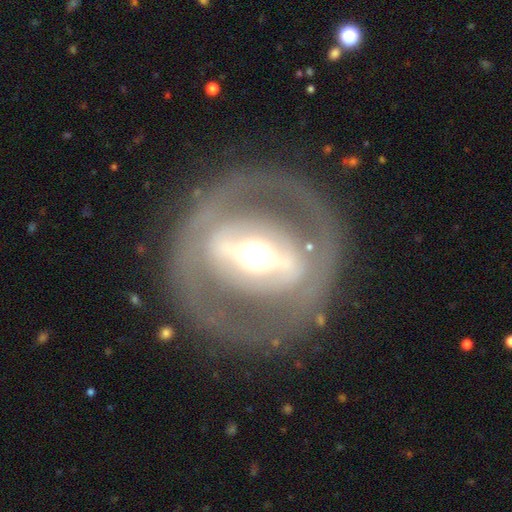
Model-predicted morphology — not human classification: Smooth or featured?
  - featured or disk: 78% *
  - smooth: 16%
  - star or artifact: 6%
Edge-on disk?
  - no: 83% *
  - yes: 17%
Bar?
  - strong: 73% *
  - weak: 16%
  - no: 10%
Spiral arms?
  - no: 74% *
  - yes: 26%
Bulge size?
  - moderate: 60% *
  - large: 22%
  - small: 14%
  - dominant: 3%
  - none: 1%
Merging?
  - none: 80% *
  - minor disturbance: 10%
  - major disturbance: 9%
  - merger: 1%